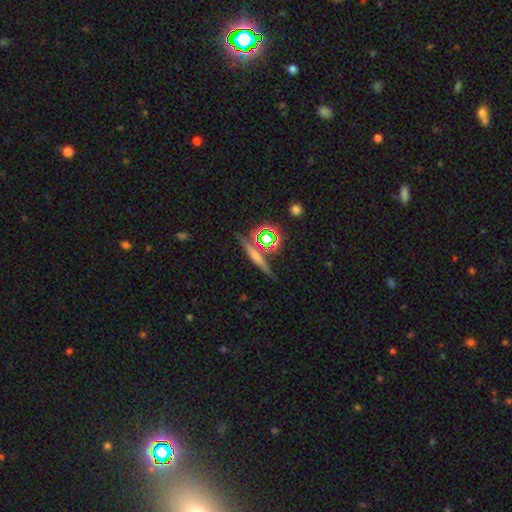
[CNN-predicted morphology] This is marginally a smooth galaxy (42%). Merging: likely none (78%).